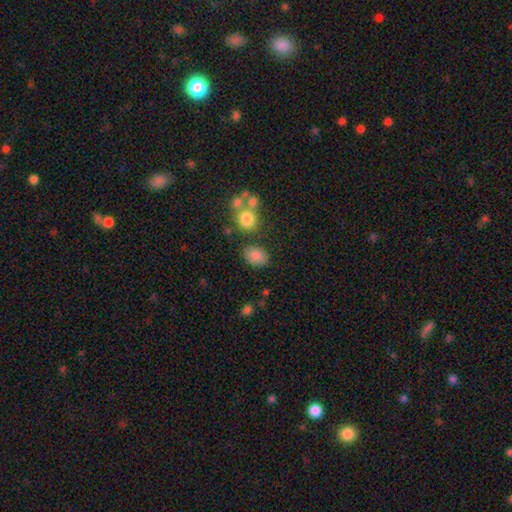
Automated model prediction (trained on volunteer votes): Smooth or featured?
  - smooth: 82% *
  - star or artifact: 10%
  - featured or disk: 8%
How rounded?
  - in between: 74% *
  - round: 25%
  - cigar-shaped: 1%
Merging?
  - none: 76% *
  - minor disturbance: 13%
  - merger: 7%
  - major disturbance: 4%